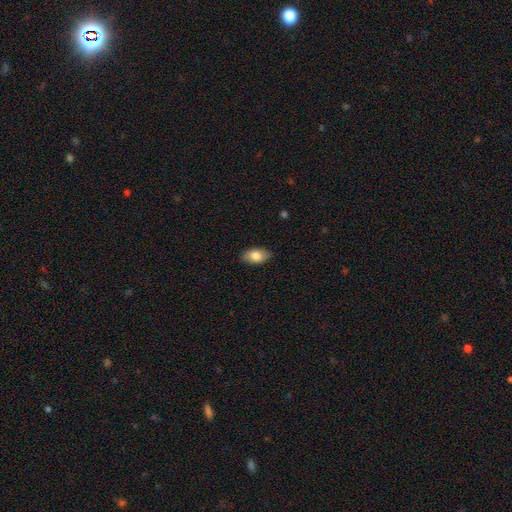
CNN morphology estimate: Smooth or featured?
  - smooth: 81% *
  - featured or disk: 12%
  - star or artifact: 7%
How rounded?
  - in between: 92% *
  - round: 6%
  - cigar-shaped: 2%
Merging?
  - none: 86% *
  - minor disturbance: 11%
  - major disturbance: 2%
  - merger: 1%